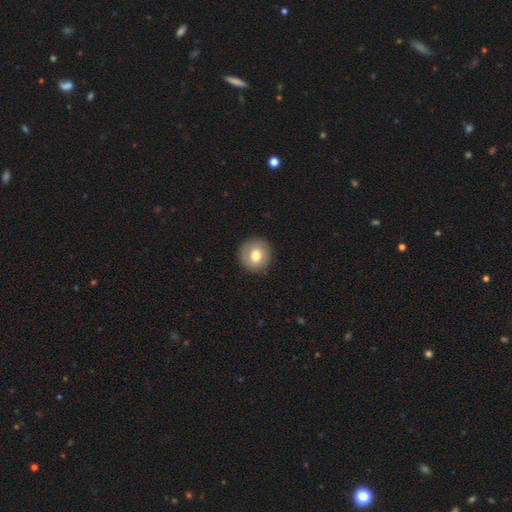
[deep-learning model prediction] smooth-or-featured: smooth: 74% | featured or disk: 17% | star or artifact: 8%
  how-rounded: round: 91% | in between: 8% | cigar-shaped: 1%
  merging: none: 88% | minor disturbance: 9% | major disturbance: 2% | merger: 1%